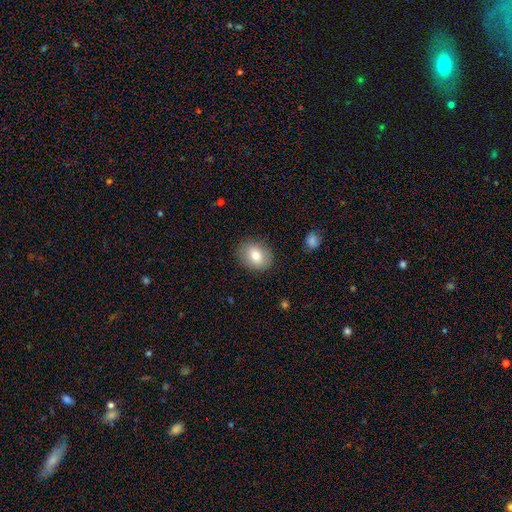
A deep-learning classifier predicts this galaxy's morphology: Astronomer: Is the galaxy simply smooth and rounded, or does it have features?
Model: smooth — 79%.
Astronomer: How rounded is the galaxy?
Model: in between — 56% (runner-up: round, 43%).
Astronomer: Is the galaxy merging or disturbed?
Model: none — 86%.